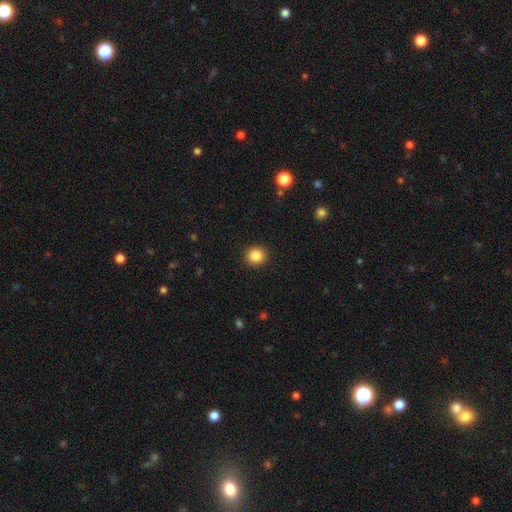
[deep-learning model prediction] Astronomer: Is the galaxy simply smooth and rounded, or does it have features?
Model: smooth — 85%.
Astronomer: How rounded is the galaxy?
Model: round — 89%.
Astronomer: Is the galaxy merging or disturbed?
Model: none — 92%.